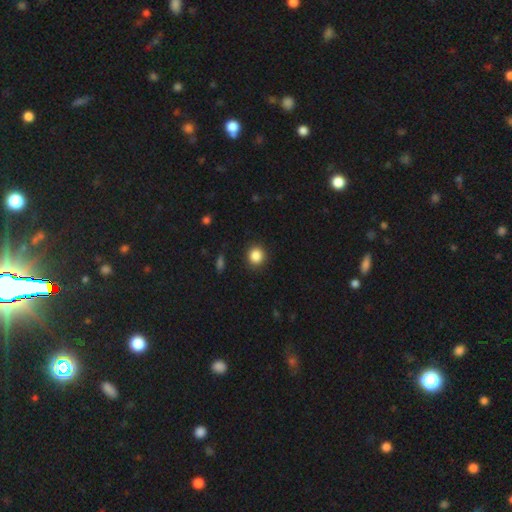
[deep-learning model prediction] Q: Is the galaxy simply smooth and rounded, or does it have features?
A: smooth — 86%.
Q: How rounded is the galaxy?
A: round — 89%.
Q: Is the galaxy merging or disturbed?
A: none — 90%.